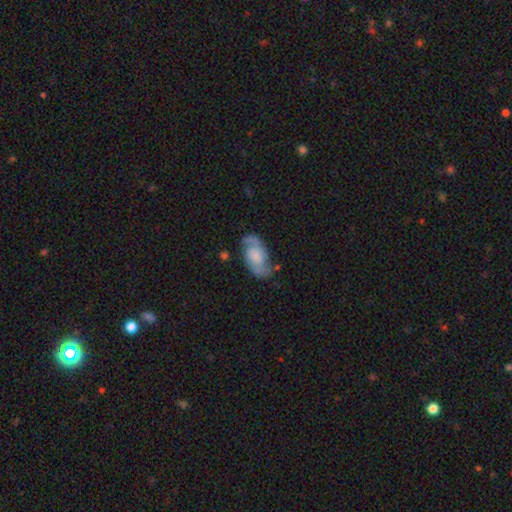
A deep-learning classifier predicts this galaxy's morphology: Overall: featured or disk (77%). Edge-on disk: no (96%). Bar: no (62%; weak 32%). Spiral arms: yes (94%). Spiral arm count: 2 (89%). Spiral winding: medium (49%; loose 27%). Bulge size: small (35%; moderate 27%). Merging: none (71%).